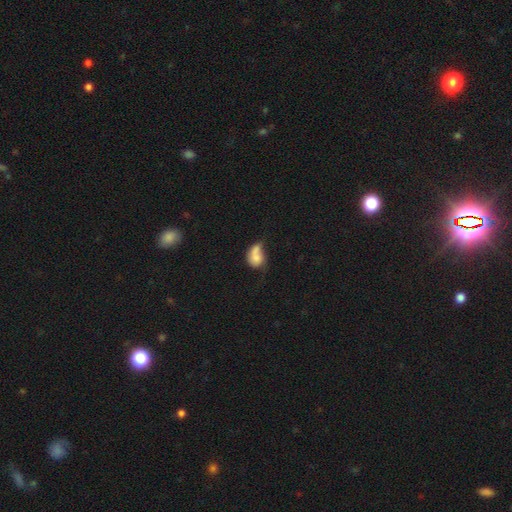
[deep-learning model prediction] The model was most divided on "merging": merger: 36%, none: 23%, major disturbance: 21%, minor disturbance: 21%. More confident: how rounded — in between (67%); smooth or featured — smooth (64%).